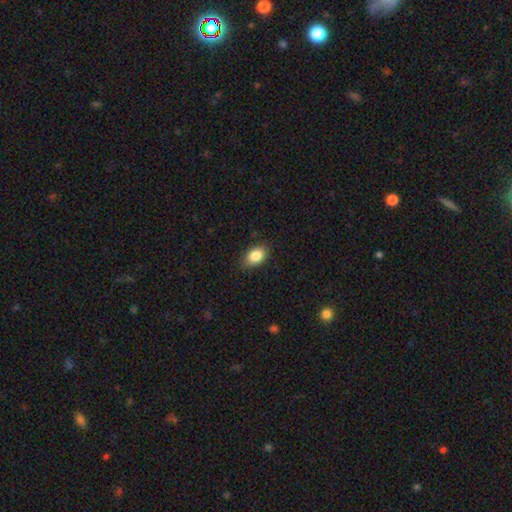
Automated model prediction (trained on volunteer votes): A smooth galaxy with no disk features (85%) that is in between round and cigar-shaped (84%).

Vote fractions:
- Smooth or featured? smooth: 85% / star or artifact: 8% / featured or disk: 7%
- How rounded? in between: 84% / round: 15% / cigar-shaped: 2%
- Merging? none: 84% / minor disturbance: 13% / major disturbance: 3% / merger: 1%